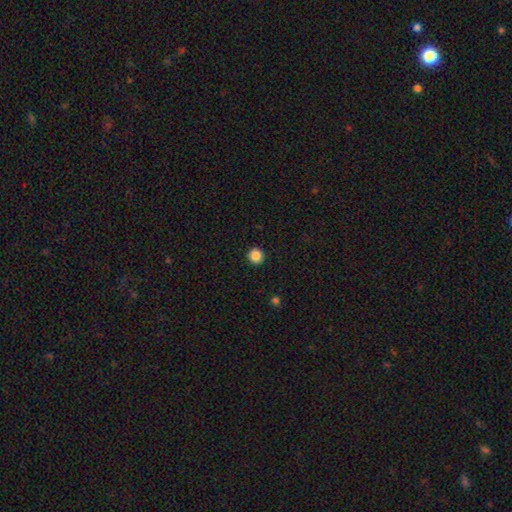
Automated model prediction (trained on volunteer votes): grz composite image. It shows a smooth galaxy with no disk features (86%) that is round (95%). Merging: none (93%).